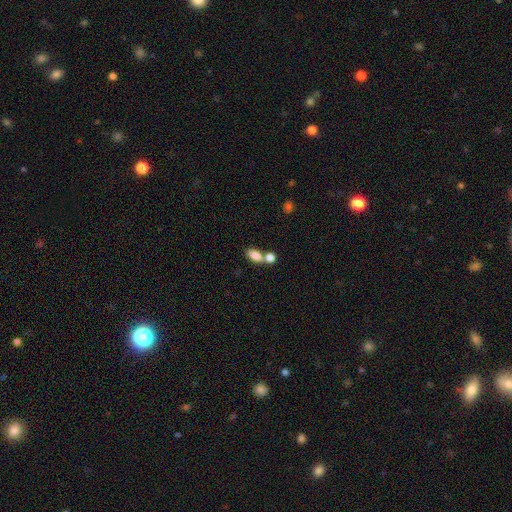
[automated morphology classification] Smooth or featured?
  - smooth: 83% *
  - star or artifact: 9%
  - featured or disk: 9%
How rounded?
  - in between: 86% *
  - round: 9%
  - cigar-shaped: 5%
Merging?
  - merger: 45% *
  - none: 41%
  - minor disturbance: 10%
  - major disturbance: 4%